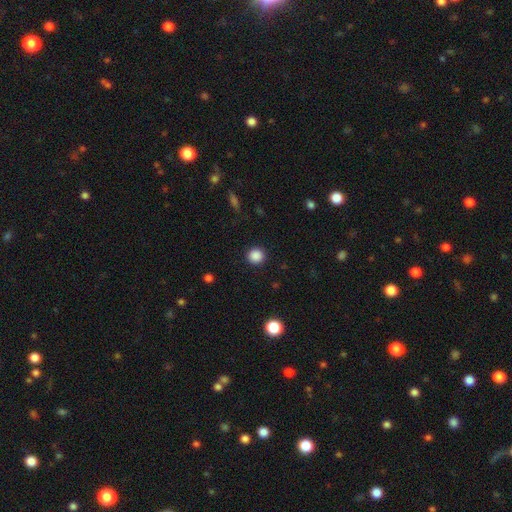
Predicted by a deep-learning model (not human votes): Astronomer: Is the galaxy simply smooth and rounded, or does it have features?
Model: smooth — 87%.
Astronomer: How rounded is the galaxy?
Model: round — 93%.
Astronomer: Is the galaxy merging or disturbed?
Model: none — 91%.